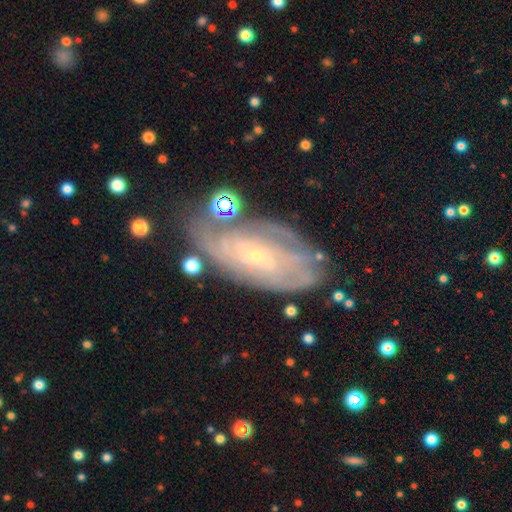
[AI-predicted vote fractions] Smooth or featured? Predicted: featured or disk (p=0.76). Edge-on disk? Predicted: no (p=0.91). Bar? Predicted: no (p=0.60). Spiral arms? Predicted: yes (p=0.83). Spiral winding? Predicted: tight (p=0.70). Spiral arm count? Predicted: can't tell (p=0.60). Bulge size? Predicted: small (p=0.84). Merging? Predicted: none (p=0.67).